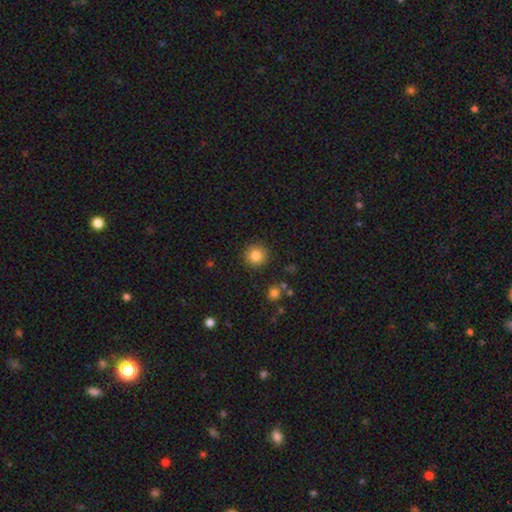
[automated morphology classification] This is clearly a smooth galaxy (84%). How rounded: clearly round (94%). Merging: clearly none (90%).